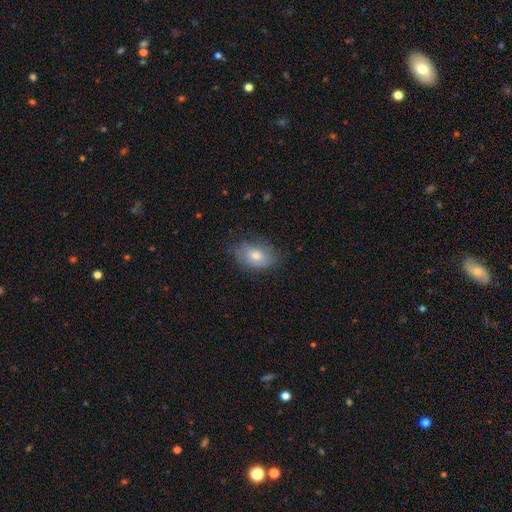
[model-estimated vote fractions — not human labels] smooth-or-featured: smooth: 65% | featured or disk: 26% | star or artifact: 9%
  how-rounded: in between: 82% | round: 16% | cigar-shaped: 1%
  merging: none: 72% | minor disturbance: 22% | major disturbance: 6% | merger: 1%